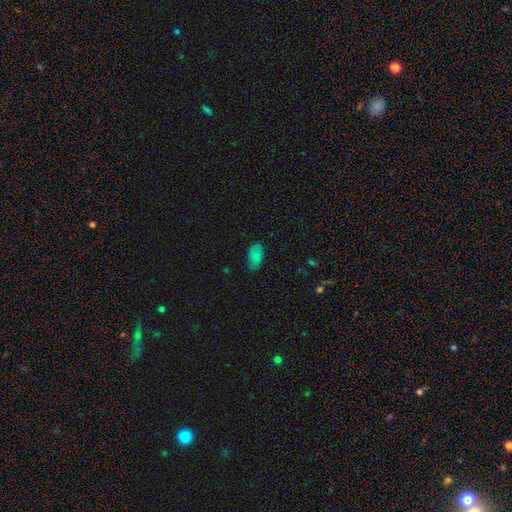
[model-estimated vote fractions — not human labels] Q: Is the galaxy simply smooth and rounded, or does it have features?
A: smooth — 82%.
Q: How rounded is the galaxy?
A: in between — 94%.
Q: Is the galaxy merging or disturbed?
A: none — 75%.